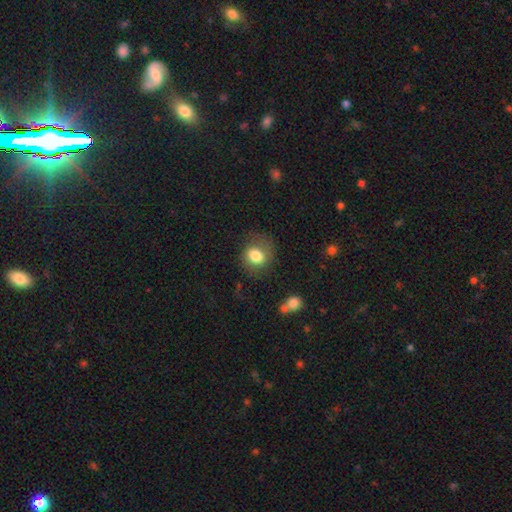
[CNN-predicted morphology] type=smooth (76%); roundness=round (62%); merging=none (65%).